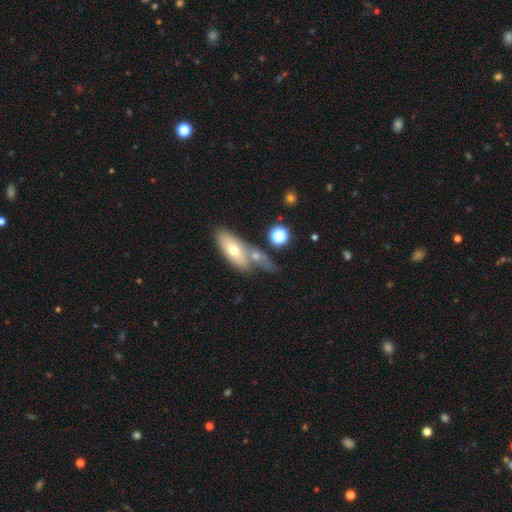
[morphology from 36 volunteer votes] Volunteers were most divided on "how rounded": in between: 50%, cigar-shaped: 41%, round: 9%. More confident: smooth or featured — smooth (61%); merging — none (51%).